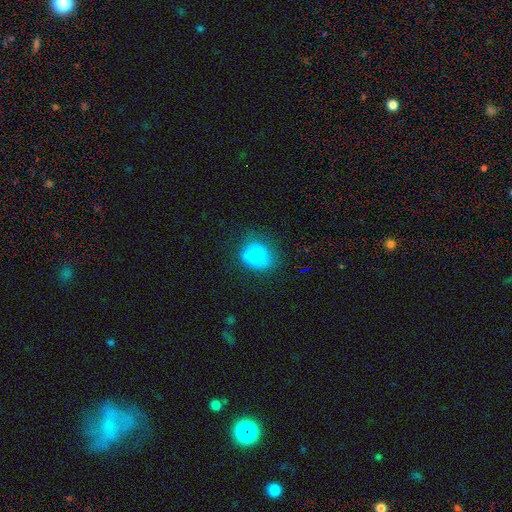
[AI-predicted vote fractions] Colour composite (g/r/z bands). It shows a smooth galaxy with no disk features (75%) that is round (56%). Merging: none (53%).